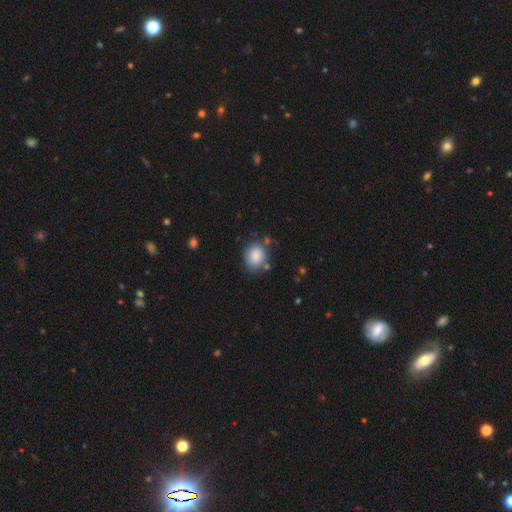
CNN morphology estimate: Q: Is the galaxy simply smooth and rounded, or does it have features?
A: smooth — 86%.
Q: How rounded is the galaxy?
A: round — 64%.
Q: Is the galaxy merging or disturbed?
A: none — 74%.